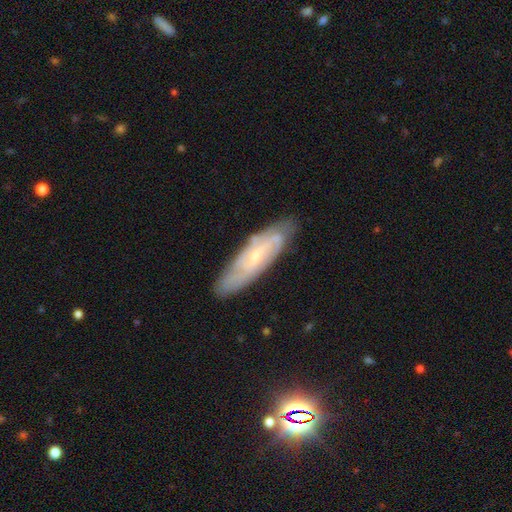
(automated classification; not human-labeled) This appears to be a featured or disk galaxy (70%) with no bar (45%), spiral arms (84%) and a small central bulge (69%). Merging: none (79%).